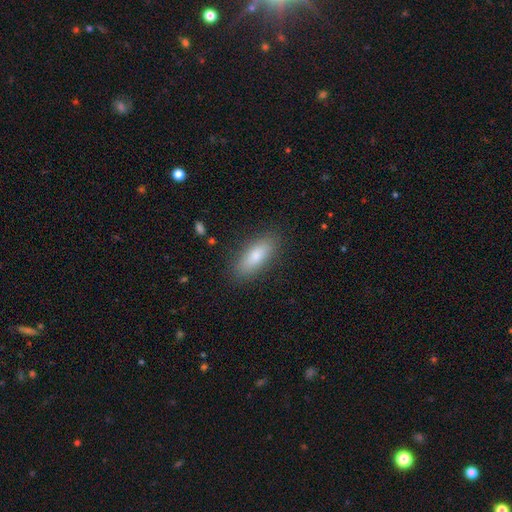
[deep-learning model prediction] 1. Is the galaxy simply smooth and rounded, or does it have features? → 81% smooth, 12% featured or disk, 7% star or artifact.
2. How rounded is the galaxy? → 74% in between, 23% cigar-shaped, 2% round.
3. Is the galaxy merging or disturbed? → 85% none, 11% minor disturbance, 3% major disturbance, 1% merger.